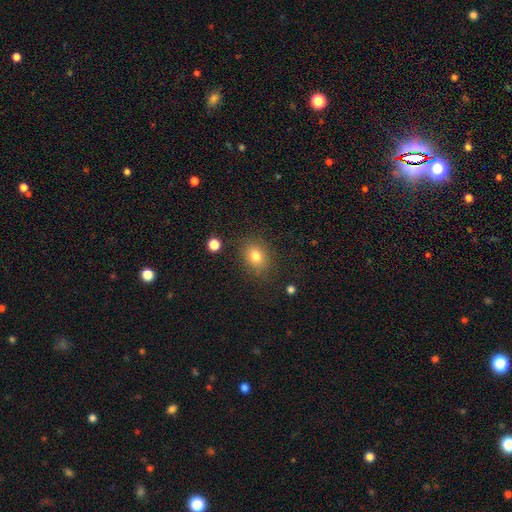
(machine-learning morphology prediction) Smooth or featured?
  - smooth: 79% *
  - star or artifact: 13%
  - featured or disk: 9%
How rounded?
  - round: 53% *
  - in between: 45%
  - cigar-shaped: 1%
Merging?
  - none: 83% *
  - minor disturbance: 11%
  - major disturbance: 4%
  - merger: 2%